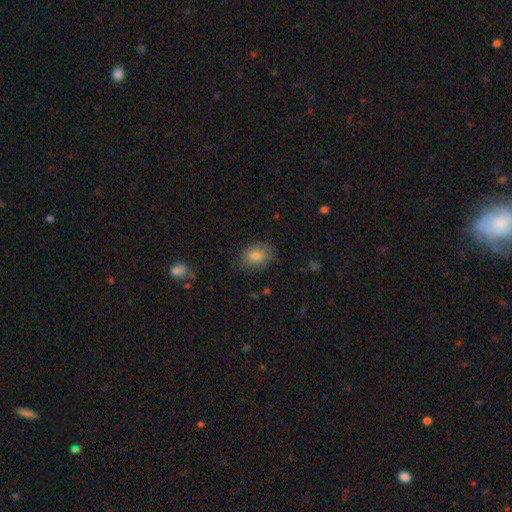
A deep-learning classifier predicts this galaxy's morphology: Smooth or featured?
  - smooth: 81% *
  - star or artifact: 9%
  - featured or disk: 9%
How rounded?
  - in between: 78% *
  - round: 21%
  - cigar-shaped: 1%
Merging?
  - none: 82% *
  - minor disturbance: 14%
  - major disturbance: 3%
  - merger: 1%